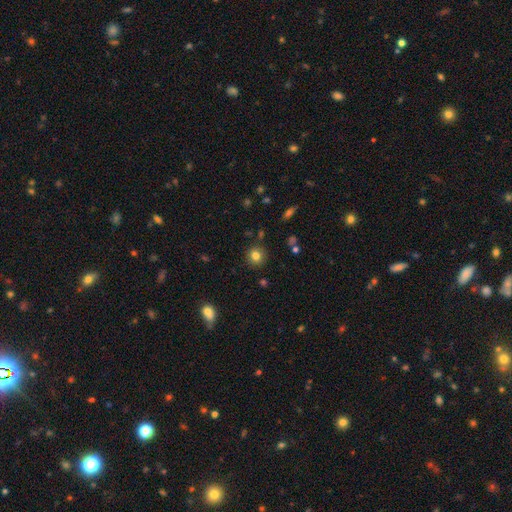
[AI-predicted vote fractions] The model was most divided on "smooth or featured": smooth: 81%, star or artifact: 12%, featured or disk: 7%. More confident: how rounded — round (89%); merging — none (88%).